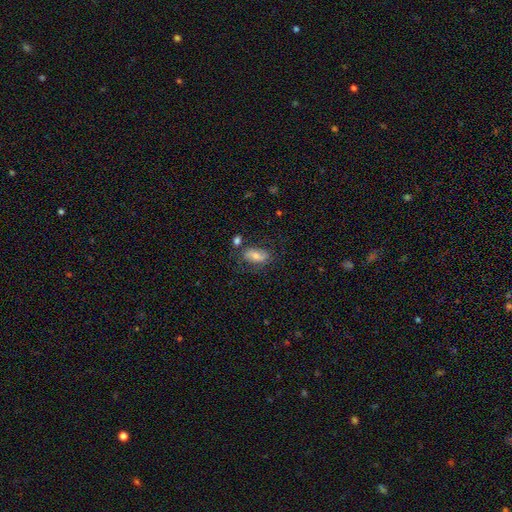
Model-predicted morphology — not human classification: Smooth or featured? smooth (55%)
How rounded? in between (85%)
Merging? none (65%)